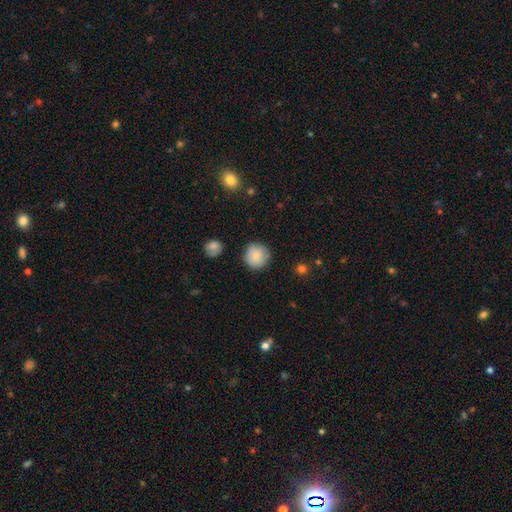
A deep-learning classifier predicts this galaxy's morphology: A smooth galaxy with no disk features (84%) that is round (94%). Merging: none (87%).